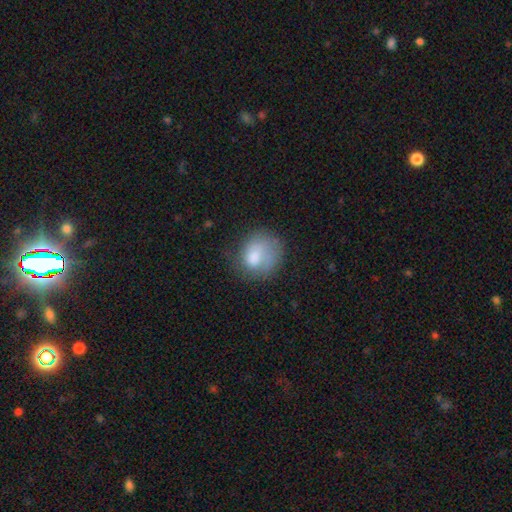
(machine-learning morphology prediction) Smooth or featured: smooth — 73% (featured or disk — 18%)
How rounded: round — 69% (in between — 30%)
Merging: none — 50% (minor disturbance — 25%)